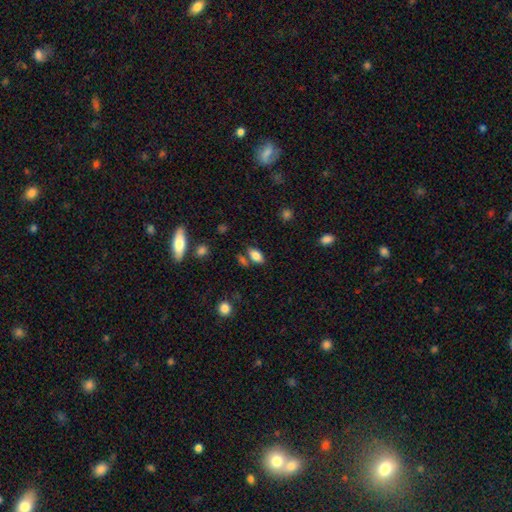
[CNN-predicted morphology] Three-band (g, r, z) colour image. It shows a smooth galaxy with no disk features (82%) that is in between round and cigar-shaped (90%). Merging: none (71%).